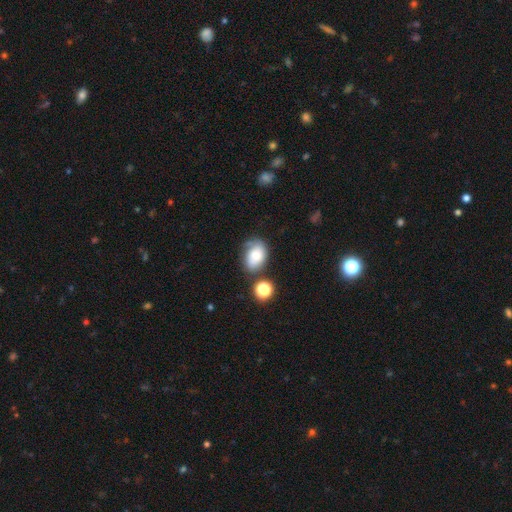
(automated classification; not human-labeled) smooth 72%, featured or disk 17%, star or artifact 11%. Down the decision tree: how rounded — in between (80%); merging — none (49%).